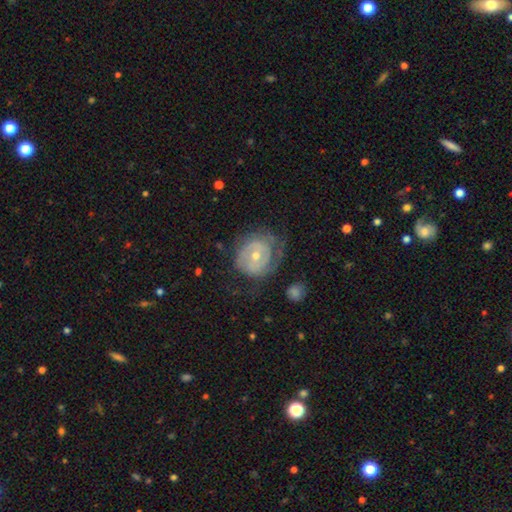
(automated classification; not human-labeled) This appears to be a featured or disk galaxy (74%) with no bar (68%), 2 (41%) tight (65%) spiral arms (78%) and a moderate central bulge (50%). Merging: none (61%).